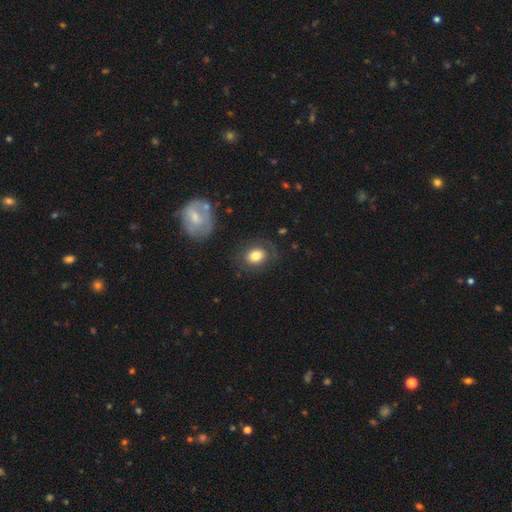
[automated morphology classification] A smooth galaxy with no disk features (75%) that is in between round and cigar-shaped (50%).

Vote fractions:
- Smooth or featured? smooth: 75% / featured or disk: 16% / star or artifact: 8%
- How rounded? in between: 50% / round: 49% / cigar-shaped: 1%
- Merging? none: 75% / minor disturbance: 15% / major disturbance: 8% / merger: 2%